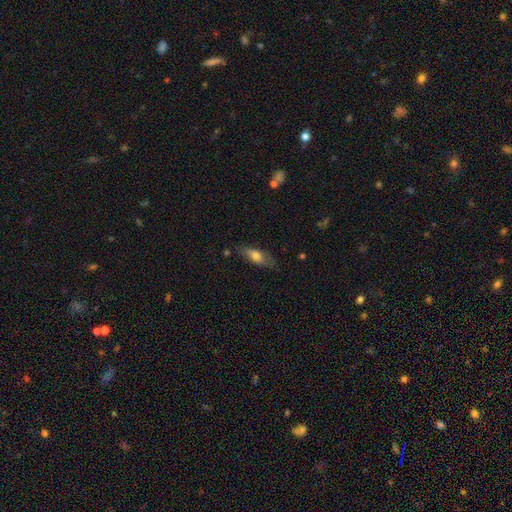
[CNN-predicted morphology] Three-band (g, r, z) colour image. It shows a smooth galaxy with no disk features (61%) that is in between round and cigar-shaped (64%). Merging: none (68%).